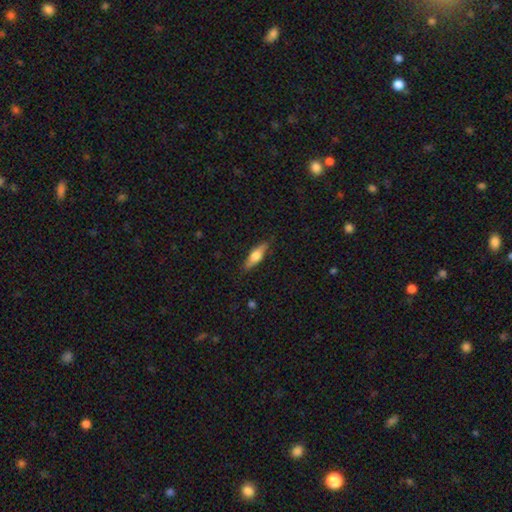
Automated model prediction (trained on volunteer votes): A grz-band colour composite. It shows a smooth galaxy with no disk features (49%). Merging: none (84%).